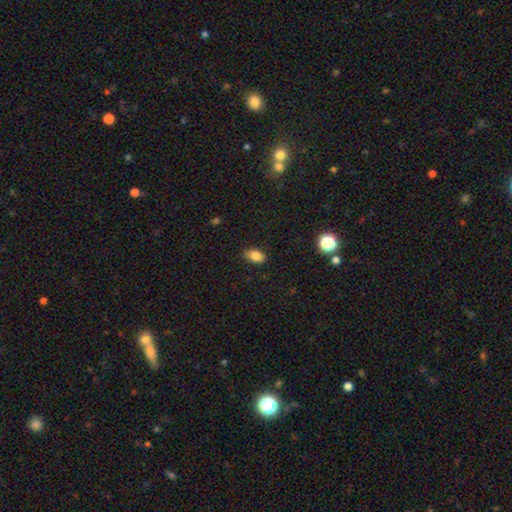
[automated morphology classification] This is clearly a smooth galaxy (83%). How rounded: clearly in between (87%). Merging: clearly none (83%).